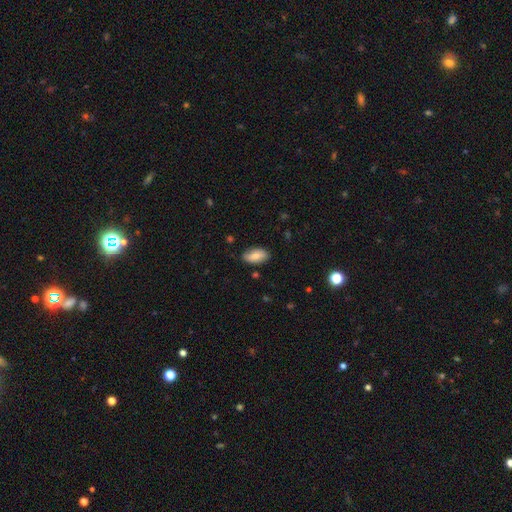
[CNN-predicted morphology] Smooth or featured?
  - smooth: 76% *
  - featured or disk: 18%
  - star or artifact: 7%
How rounded?
  - in between: 93% *
  - cigar-shaped: 4%
  - round: 3%
Merging?
  - none: 84% *
  - minor disturbance: 13%
  - major disturbance: 2%
  - merger: 1%